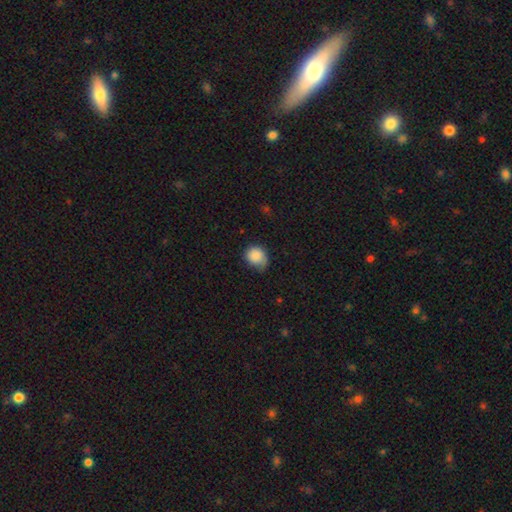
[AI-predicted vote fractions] A smooth galaxy with no disk features (87%) that is round (71%).

Vote fractions:
- Smooth or featured? smooth: 87% / star or artifact: 8% / featured or disk: 6%
- How rounded? round: 71% / in between: 28% / cigar-shaped: 1%
- Merging? none: 49% / minor disturbance: 40% / major disturbance: 10% / merger: 2%